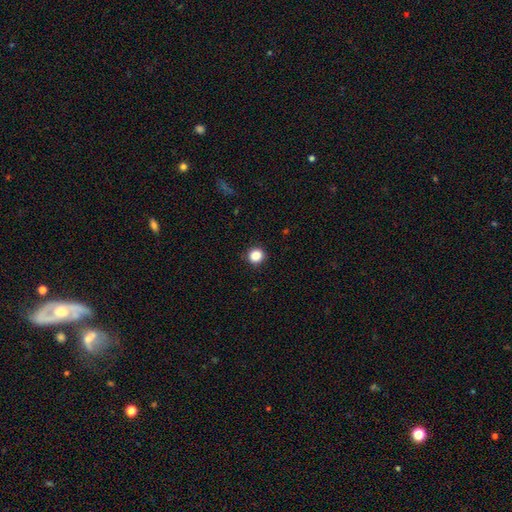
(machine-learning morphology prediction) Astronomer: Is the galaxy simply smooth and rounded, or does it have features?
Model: smooth — 87%.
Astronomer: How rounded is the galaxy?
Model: round — 91%.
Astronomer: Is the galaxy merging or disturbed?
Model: none — 92%.